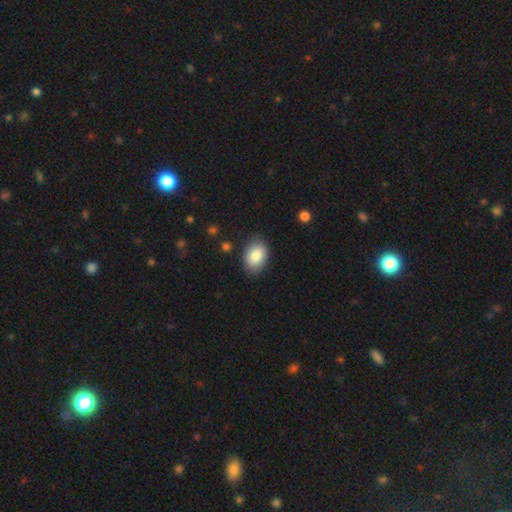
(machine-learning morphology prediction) type=smooth (86%); roundness=in between (83%); merging=none (84%).